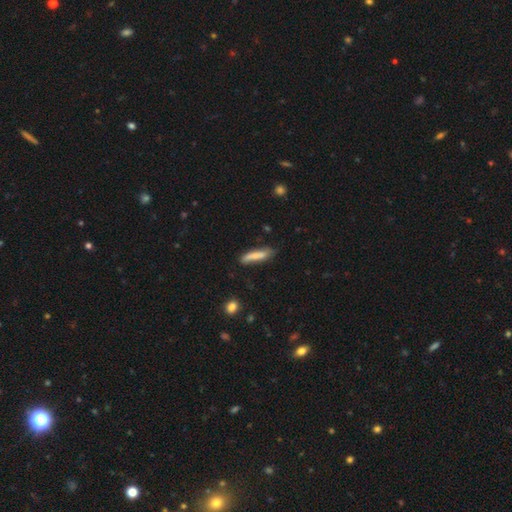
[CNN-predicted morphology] Smooth or featured?
  - smooth: 71% *
  - featured or disk: 22%
  - star or artifact: 7%
How rounded?
  - cigar-shaped: 77% *
  - in between: 21%
  - round: 2%
Merging?
  - none: 65% *
  - minor disturbance: 24%
  - major disturbance: 6%
  - merger: 5%